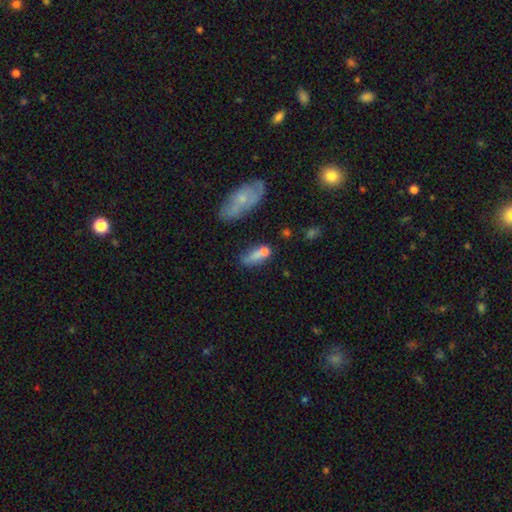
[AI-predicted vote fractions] Morphology: type=smooth (68%); roundness=in between (70%); merging=none (38%).